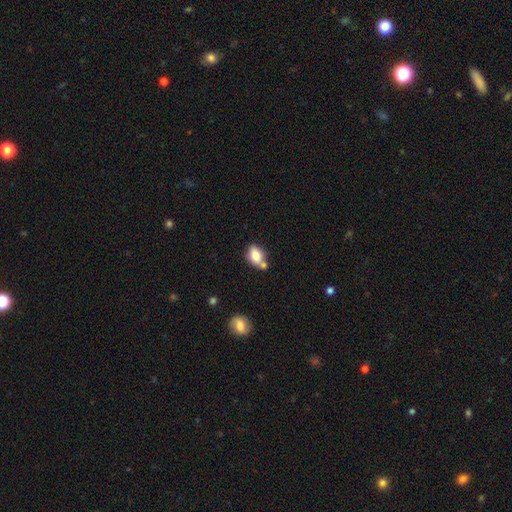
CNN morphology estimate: Overall: smooth (79%). How rounded: in between (77%). Merging: none (44%; merger 33%).